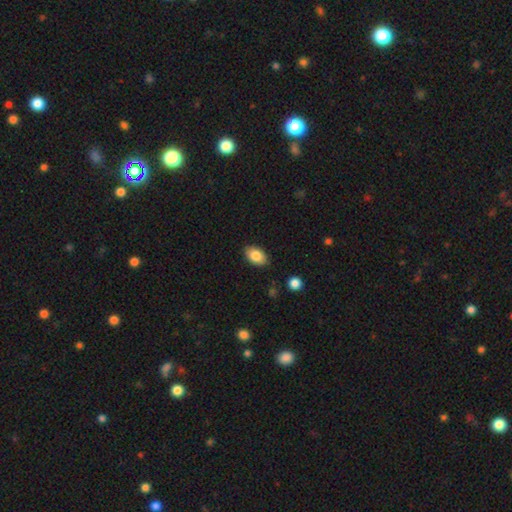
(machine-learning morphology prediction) smooth-or-featured: smooth: 85% | featured or disk: 7% | star or artifact: 7%
  how-rounded: in between: 89% | round: 9% | cigar-shaped: 1%
  merging: none: 86% | minor disturbance: 11% | major disturbance: 2% | merger: 1%